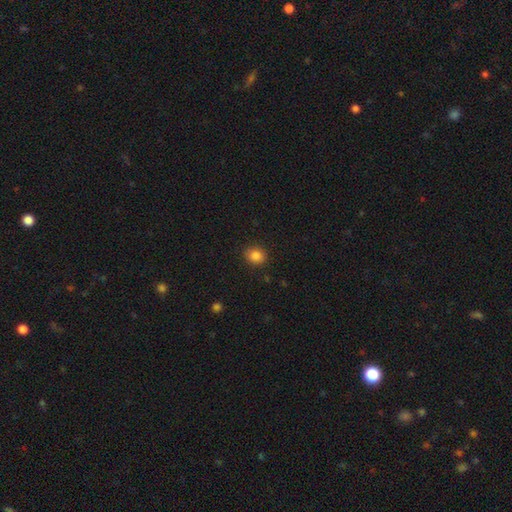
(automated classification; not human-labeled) Smooth or featured? Predicted: smooth (p=0.84). How rounded? Predicted: round (p=0.72). Merging? Predicted: none (p=0.89).